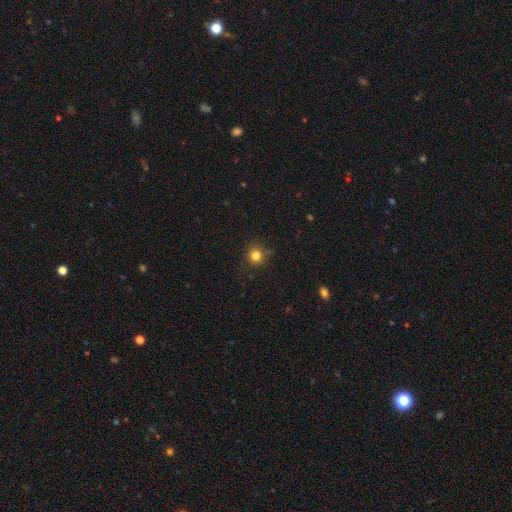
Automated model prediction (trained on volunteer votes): smooth_or_featured: smooth (p=0.81) [alt: star or artifact p=0.13]
how_rounded: round (p=0.91) [alt: in between p=0.08]
merging: none (p=0.84) [alt: minor disturbance p=0.11]